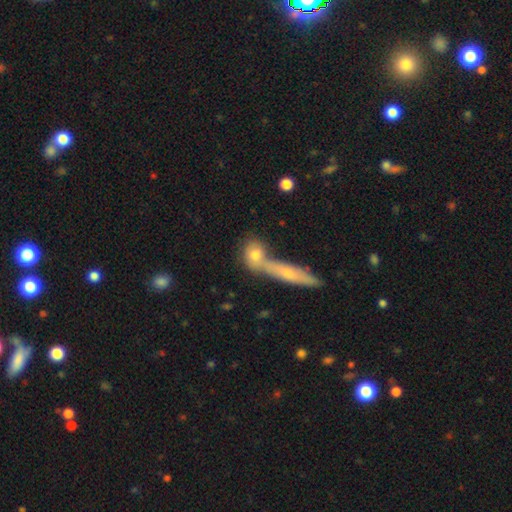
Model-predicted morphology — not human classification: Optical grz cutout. It shows a smooth galaxy with no disk features (67%) that is round (41%). Merging: none (48%).